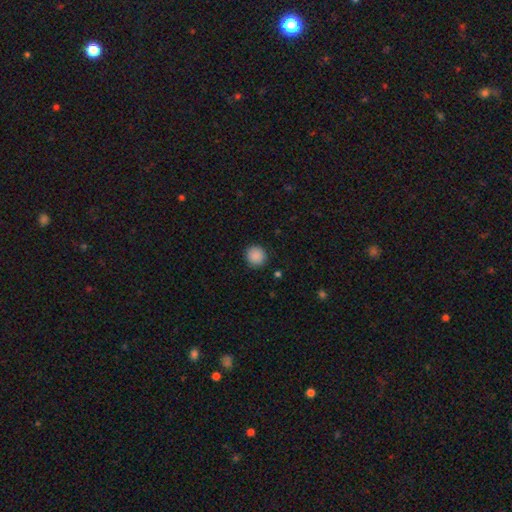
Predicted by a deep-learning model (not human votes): Smooth or featured: smooth — 89% (star or artifact — 9%)
How rounded: round — 94% (in between — 5%)
Merging: none — 91% (minor disturbance — 6%)